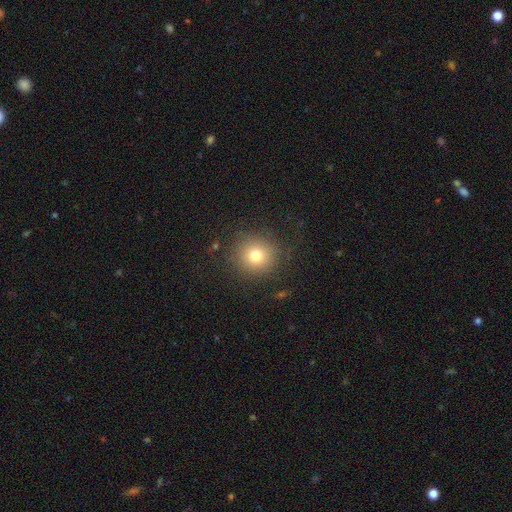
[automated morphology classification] A smooth galaxy with no disk features (75%) that is round (91%). Merging: none (86%).